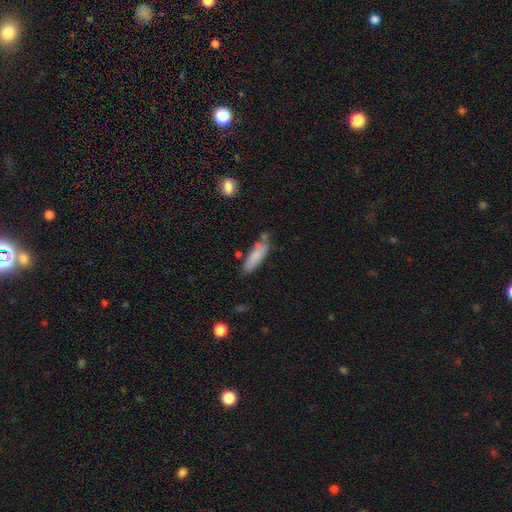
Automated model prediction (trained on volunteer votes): The model was most divided on "how rounded": cigar-shaped: 58%, in between: 41%, round: 2%. More confident: smooth or featured — smooth (80%); merging — none (68%).